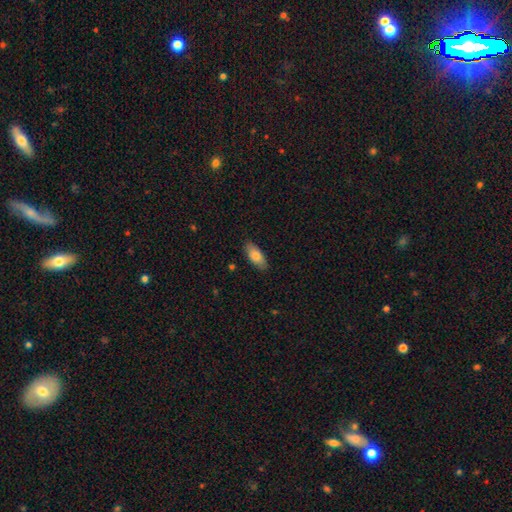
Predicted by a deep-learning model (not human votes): Smooth or featured? smooth (80%)
How rounded? in between (86%)
Merging? none (87%)